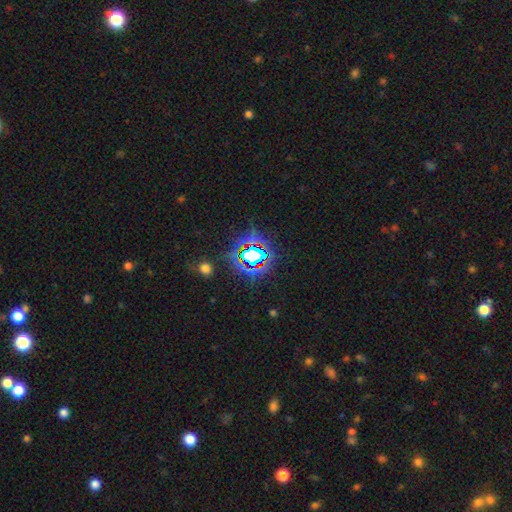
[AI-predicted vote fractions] Q: Smooth or featured?
A: star or artifact (73%); runner-up: smooth (16%)